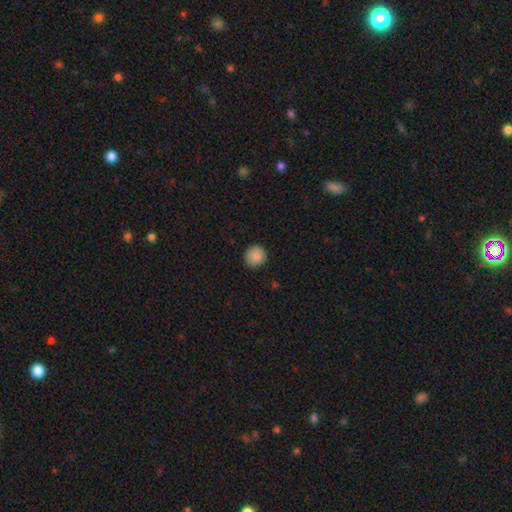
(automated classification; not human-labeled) Smooth or featured? smooth (88%)
How rounded? round (90%)
Merging? none (88%)